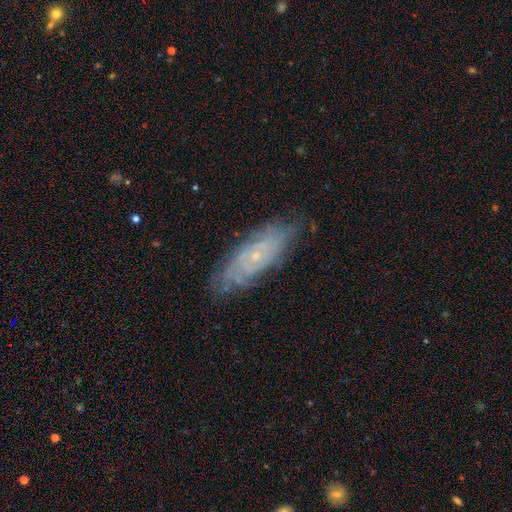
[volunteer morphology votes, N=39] This appears to be a featured or disk galaxy (90%) with no bar (75%), tight (64%) spiral arms (88%) and a small central bulge (75%). Merging: none (76%).